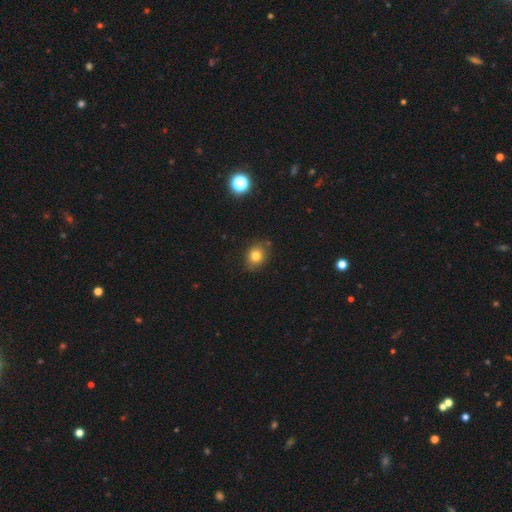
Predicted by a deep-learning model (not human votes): Smooth or featured?
  - smooth: 79% *
  - star or artifact: 12%
  - featured or disk: 9%
How rounded?
  - round: 56% *
  - in between: 43%
  - cigar-shaped: 1%
Merging?
  - none: 79% *
  - minor disturbance: 15%
  - major disturbance: 3%
  - merger: 3%